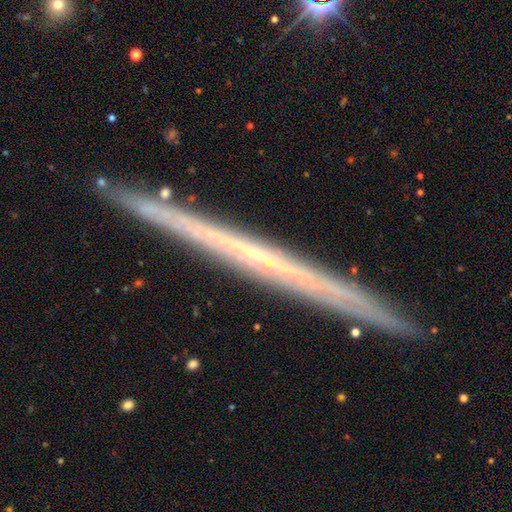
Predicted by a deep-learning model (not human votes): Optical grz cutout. It shows a featured or disk galaxy (79%) viewed edge-on (97%) with no central bulge (73%). Merging: none (90%).